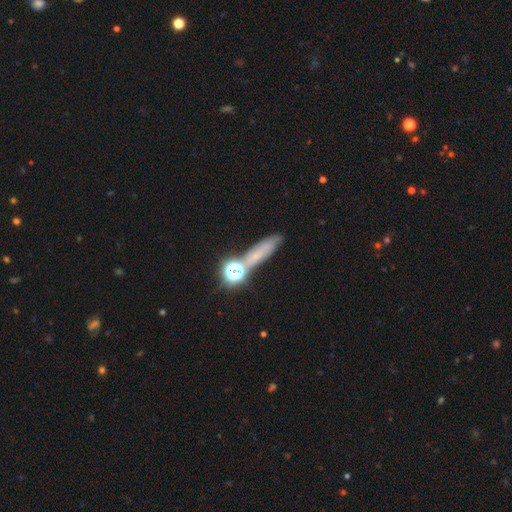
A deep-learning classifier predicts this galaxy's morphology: smooth-or-featured: smooth: 49% | star or artifact: 30% | featured or disk: 21%
  merging: none: 63% | merger: 15% | minor disturbance: 15% | major disturbance: 8%